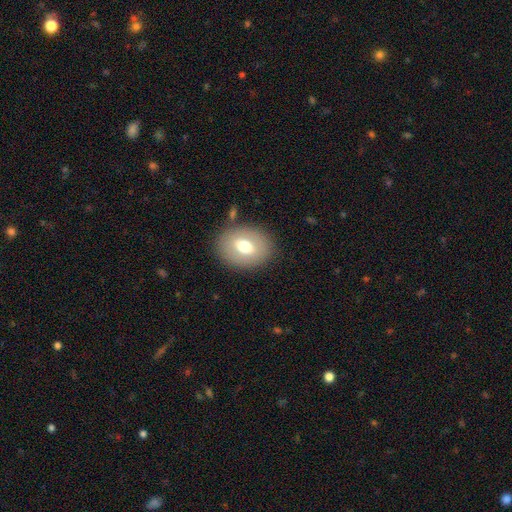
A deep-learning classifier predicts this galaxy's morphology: Smooth or featured? Predicted: smooth (p=0.60). How rounded? Predicted: in between (p=0.52). Merging? Predicted: none (p=0.87).